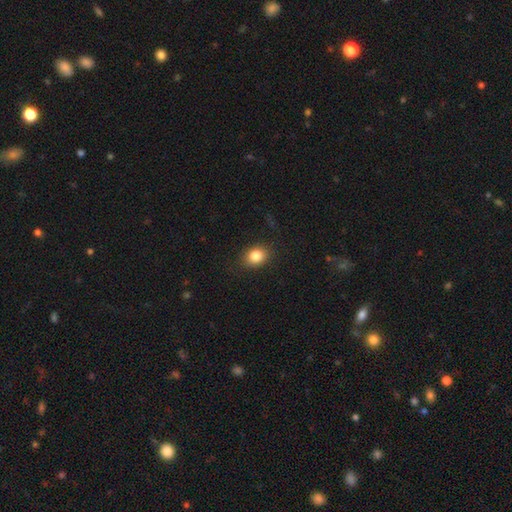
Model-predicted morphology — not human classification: A smooth galaxy with no disk features (83%) that is in between round and cigar-shaped (52%).

Vote fractions:
- Smooth or featured? smooth: 83% / star or artifact: 10% / featured or disk: 7%
- How rounded? in between: 52% / round: 47% / cigar-shaped: 1%
- Merging? none: 85% / minor disturbance: 11% / major disturbance: 3% / merger: 1%